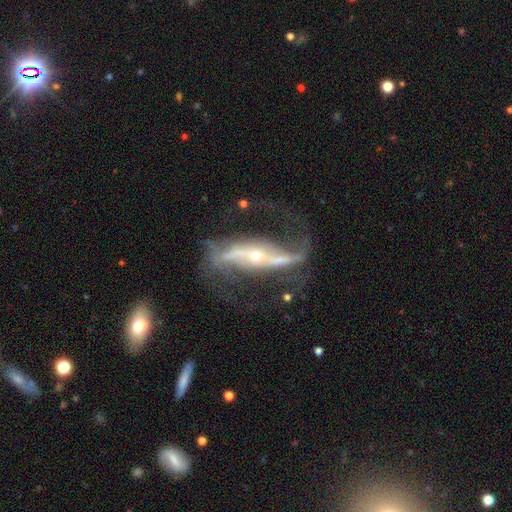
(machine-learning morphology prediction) Smooth or featured?
  - featured or disk: 89% *
  - star or artifact: 6%
  - smooth: 5%
Edge-on disk?
  - no: 82% *
  - yes: 18%
Bar?
  - strong: 60% *
  - no: 22%
  - weak: 18%
Spiral arms?
  - yes: 93% *
  - no: 7%
Spiral winding?
  - loose: 72% *
  - medium: 21%
  - tight: 7%
Spiral arm count?
  - 2: 90% *
  - can't tell: 3%
  - 1: 3%
  - 3: 1%
  - 4: 1%
  - more than 4: 1%
Bulge size?
  - small: 73% *
  - moderate: 23%
  - large: 2%
  - dominant: 1%
  - none: 1%
Merging?
  - none: 56% *
  - major disturbance: 22%
  - minor disturbance: 18%
  - merger: 4%